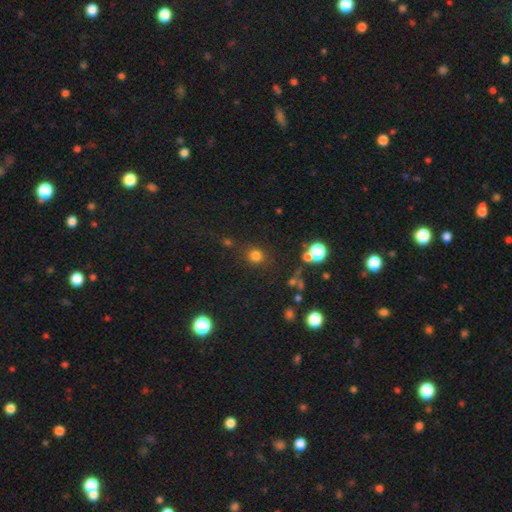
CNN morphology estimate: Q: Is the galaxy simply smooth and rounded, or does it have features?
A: smooth — 77%.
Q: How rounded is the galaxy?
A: round — 86%.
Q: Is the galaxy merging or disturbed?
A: none — 82%.